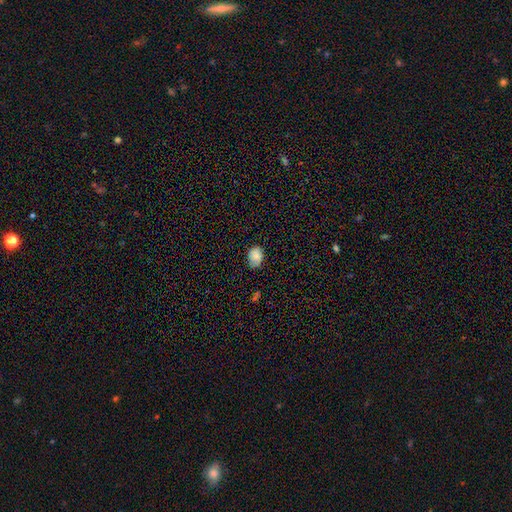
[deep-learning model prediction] Overall: smooth (81%). How rounded: in between (70%). Merging: none (73%).